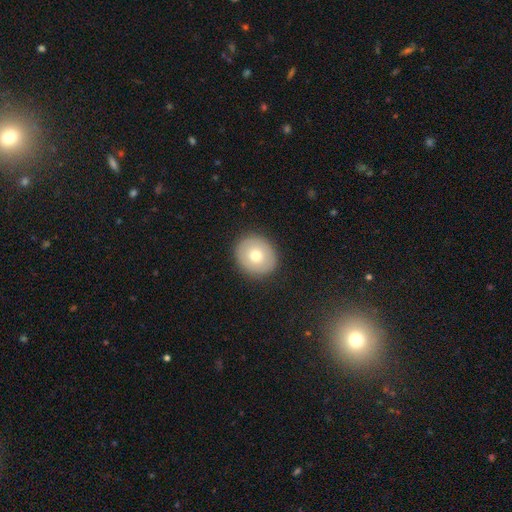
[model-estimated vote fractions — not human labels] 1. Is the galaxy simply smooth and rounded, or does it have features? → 69% smooth, 23% featured or disk, 8% star or artifact.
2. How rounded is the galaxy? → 77% round, 22% in between, 1% cigar-shaped.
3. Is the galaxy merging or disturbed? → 90% none, 7% minor disturbance, 2% major disturbance, 1% merger.